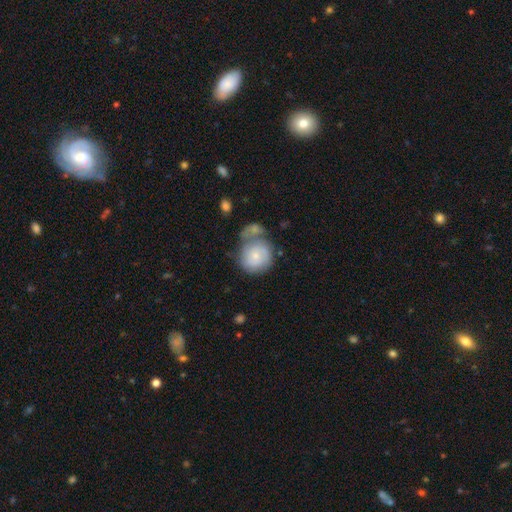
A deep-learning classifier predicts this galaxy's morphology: Q: Smooth or featured?
A: smooth (51%); runner-up: featured or disk (43%)
Q: How rounded?
A: round (83%); runner-up: in between (16%)
Q: Merging?
A: merger (36%); runner-up: none (34%)